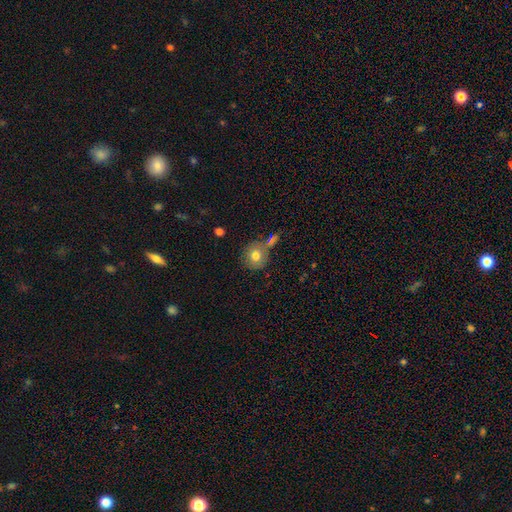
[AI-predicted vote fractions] A smooth galaxy with no disk features (77%) that is round (86%).

Vote fractions:
- Smooth or featured? smooth: 77% / featured or disk: 12% / star or artifact: 11%
- How rounded? round: 86% / in between: 13% / cigar-shaped: 1%
- Merging? none: 68% / minor disturbance: 15% / merger: 11% / major disturbance: 6%